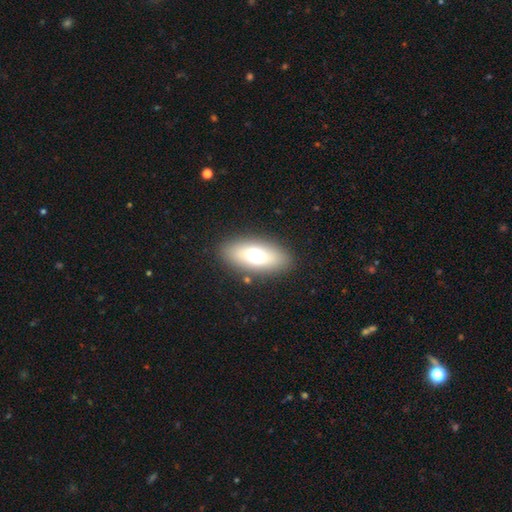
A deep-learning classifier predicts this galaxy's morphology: Smooth or featured?
  - smooth: 65% *
  - featured or disk: 24%
  - star or artifact: 11%
How rounded?
  - in between: 83% *
  - cigar-shaped: 10%
  - round: 7%
Merging?
  - none: 86% *
  - minor disturbance: 9%
  - major disturbance: 4%
  - merger: 2%